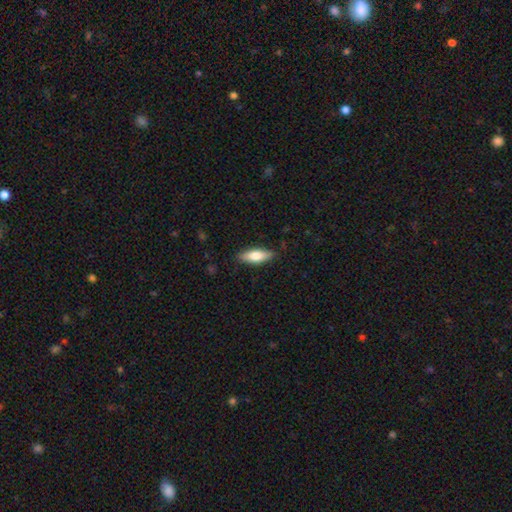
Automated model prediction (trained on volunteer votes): Morphology: type=smooth (70%); roundness=in between (63%); merging=none (85%).